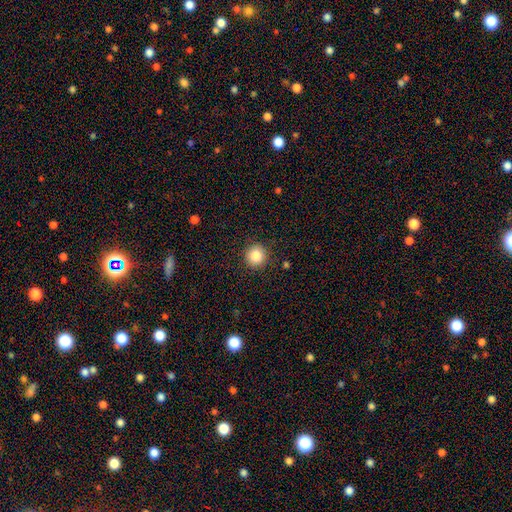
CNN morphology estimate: This is clearly a smooth galaxy (85%). How rounded: clearly round (94%). Merging: clearly none (91%).